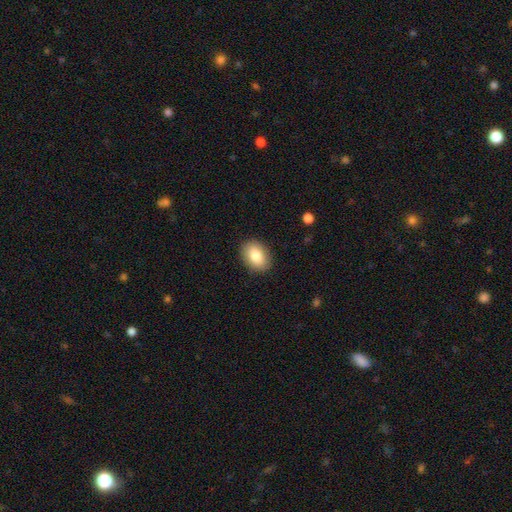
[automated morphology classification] smooth-or-featured: smooth: 84% | featured or disk: 9% | star or artifact: 7%
  how-rounded: in between: 80% | round: 19% | cigar-shaped: 1%
  merging: none: 88% | minor disturbance: 9% | major disturbance: 2% | merger: 1%